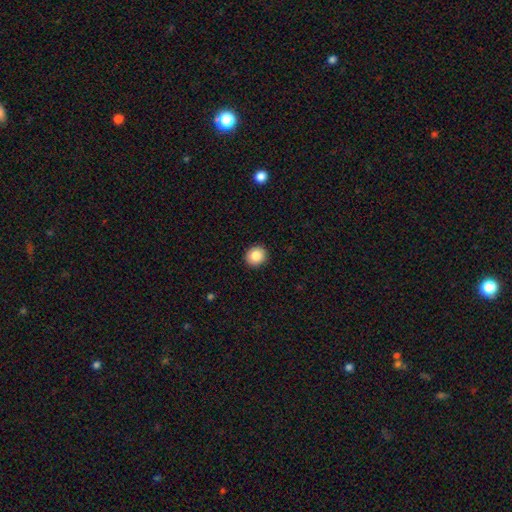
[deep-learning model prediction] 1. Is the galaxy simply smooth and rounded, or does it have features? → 87% smooth, 8% star or artifact, 5% featured or disk.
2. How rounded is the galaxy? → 87% round, 12% in between, 1% cigar-shaped.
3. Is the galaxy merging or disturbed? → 92% none, 5% minor disturbance, 2% major disturbance, 1% merger.